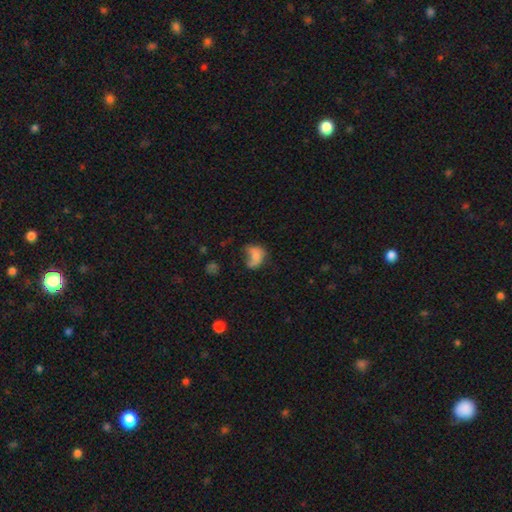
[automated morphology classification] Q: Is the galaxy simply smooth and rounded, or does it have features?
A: smooth — 61%.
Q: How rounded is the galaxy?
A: in between — 72%.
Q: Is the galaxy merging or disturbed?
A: major disturbance — 39%.